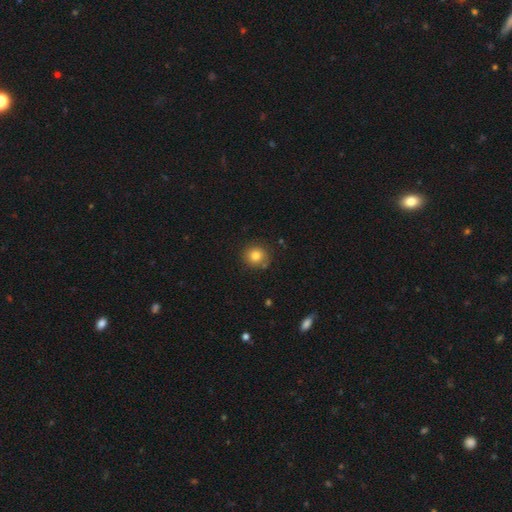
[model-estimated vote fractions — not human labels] Overall: smooth (81%). How rounded: round (90%). Merging: none (83%).